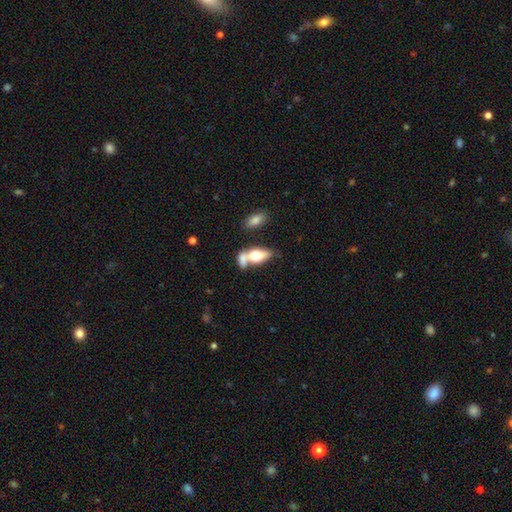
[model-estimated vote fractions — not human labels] Smooth or featured? Predicted: smooth (p=0.62). How rounded? Predicted: in between (p=0.77). Merging? Predicted: merger (p=0.51).